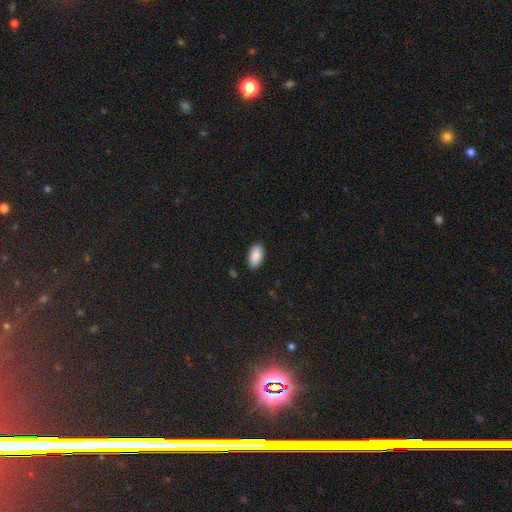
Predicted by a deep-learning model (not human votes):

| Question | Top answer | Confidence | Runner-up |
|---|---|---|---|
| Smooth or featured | smooth | 90% | star or artifact (7%) |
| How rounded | in between | 95% | cigar-shaped (3%) |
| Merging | none | 88% | minor disturbance (9%) |